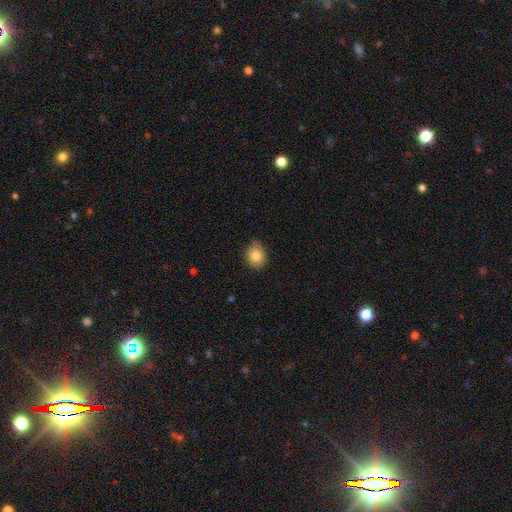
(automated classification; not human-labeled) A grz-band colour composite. It shows a smooth galaxy with no disk features (83%) that is round (54%). Merging: none (76%).